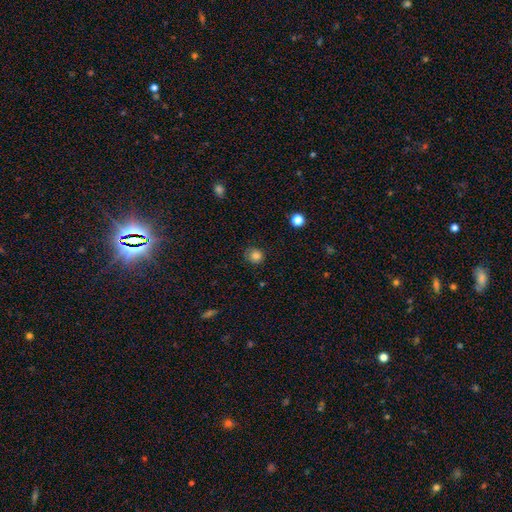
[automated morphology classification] A smooth galaxy with no disk features (82%) that is round (85%). Merging: none (76%).